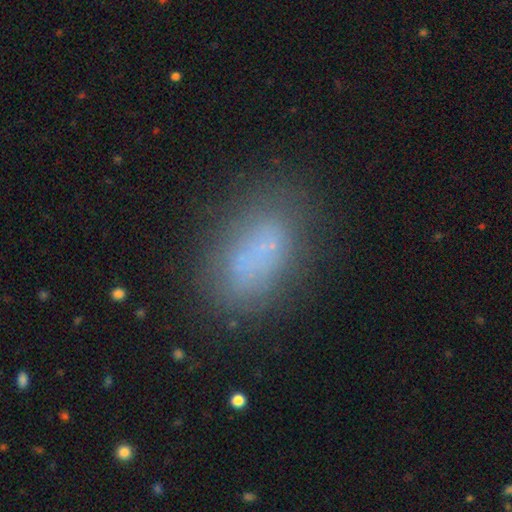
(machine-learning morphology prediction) The model was most divided on "smooth or featured": smooth: 65%, featured or disk: 22%, star or artifact: 14%. More confident: how rounded — in between (88%); merging — none (65%).